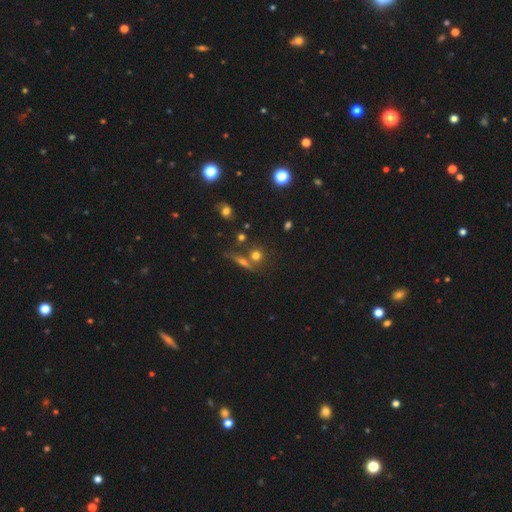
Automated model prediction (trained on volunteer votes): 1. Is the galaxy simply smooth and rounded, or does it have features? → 66% smooth, 19% star or artifact, 15% featured or disk.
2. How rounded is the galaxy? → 78% round, 15% in between, 6% cigar-shaped.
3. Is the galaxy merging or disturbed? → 59% none, 26% merger, 10% minor disturbance, 5% major disturbance.